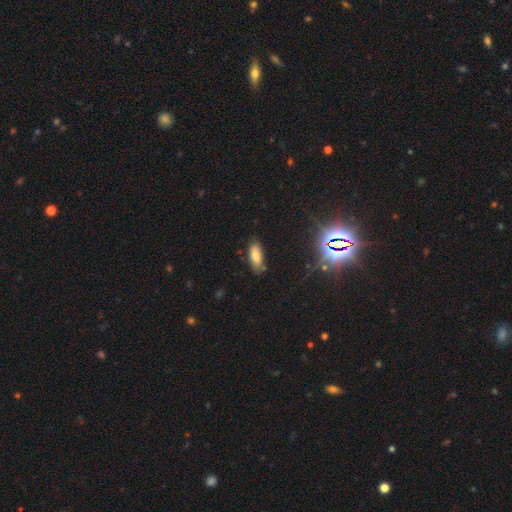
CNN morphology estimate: smooth-or-featured: smooth: 77% | featured or disk: 12% | star or artifact: 12%
  how-rounded: in between: 75% | cigar-shaped: 23% | round: 2%
  merging: none: 79% | minor disturbance: 16% | major disturbance: 3% | merger: 2%